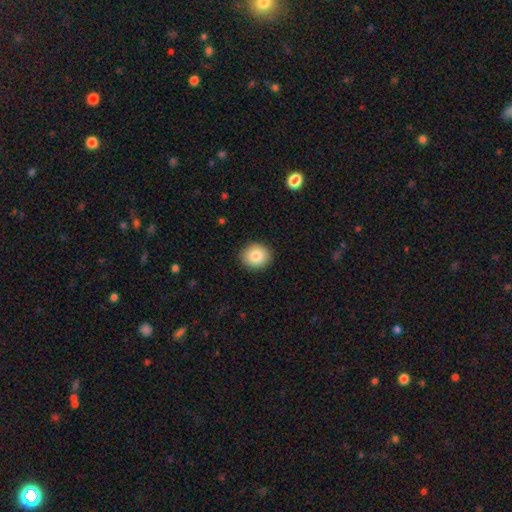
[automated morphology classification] Smooth or featured?
  - smooth: 85% *
  - star or artifact: 8%
  - featured or disk: 7%
How rounded?
  - round: 76% *
  - in between: 24%
  - cigar-shaped: 1%
Merging?
  - none: 90% *
  - minor disturbance: 7%
  - major disturbance: 2%
  - merger: 1%